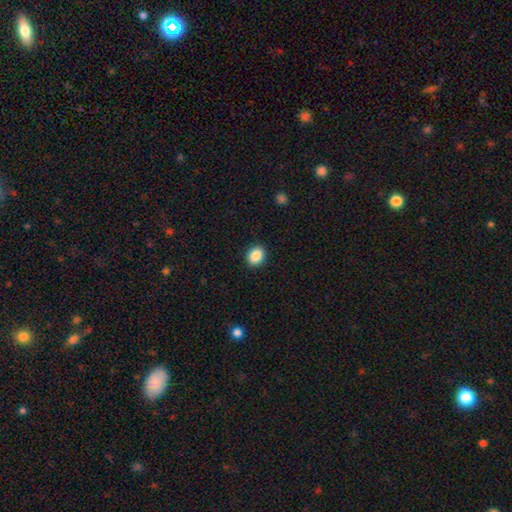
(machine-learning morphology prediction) A smooth galaxy with no disk features (88%) that is round (53%). Merging: none (91%).